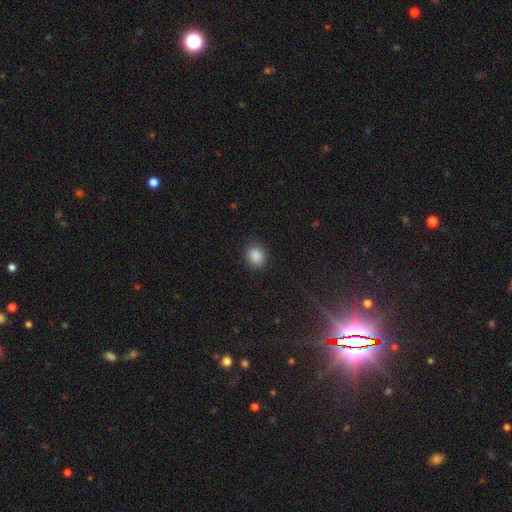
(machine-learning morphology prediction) Overall: smooth (87%). How rounded: round (70%). Merging: none (86%).